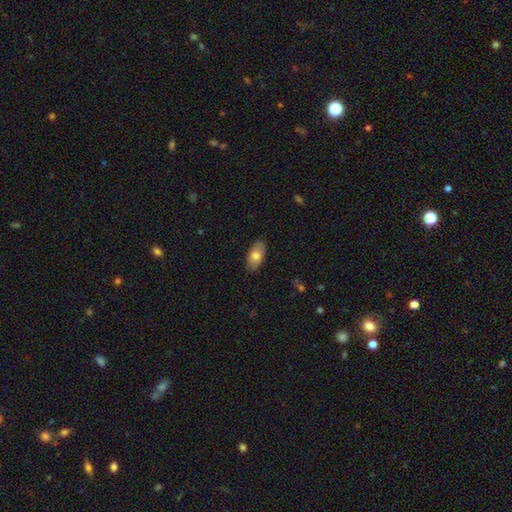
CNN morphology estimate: This is likely a smooth galaxy (73%). How rounded: clearly in between (91%). Merging: clearly none (85%).